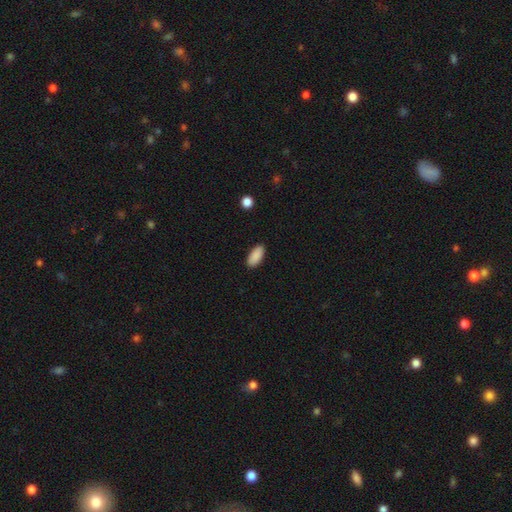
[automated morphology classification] Smooth or featured? Predicted: smooth (p=0.90). How rounded? Predicted: in between (p=0.89). Merging? Predicted: none (p=0.89).